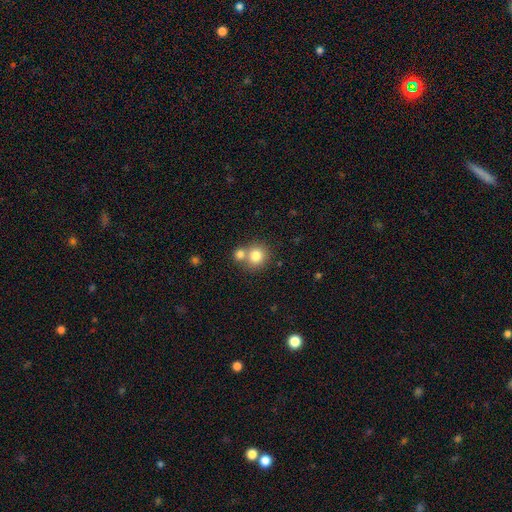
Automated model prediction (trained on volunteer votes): smooth 80%, star or artifact 11%, featured or disk 10%. Down the decision tree: how rounded — round (86%); merging — none (53%).